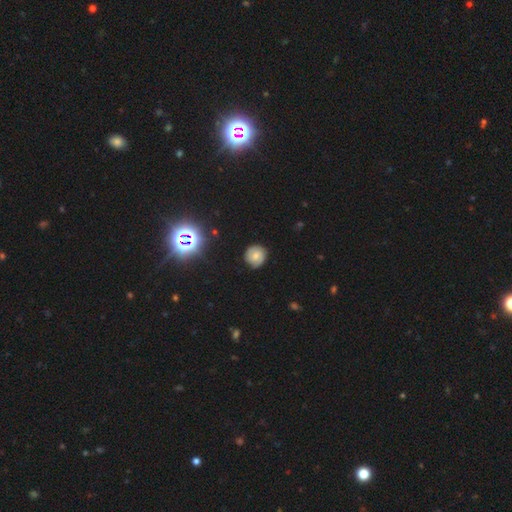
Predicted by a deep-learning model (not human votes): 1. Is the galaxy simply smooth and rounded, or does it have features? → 53% smooth, 34% featured or disk, 13% star or artifact.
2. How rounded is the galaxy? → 89% round, 10% in between, 1% cigar-shaped.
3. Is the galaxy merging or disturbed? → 81% none, 15% minor disturbance, 3% major disturbance, 1% merger.